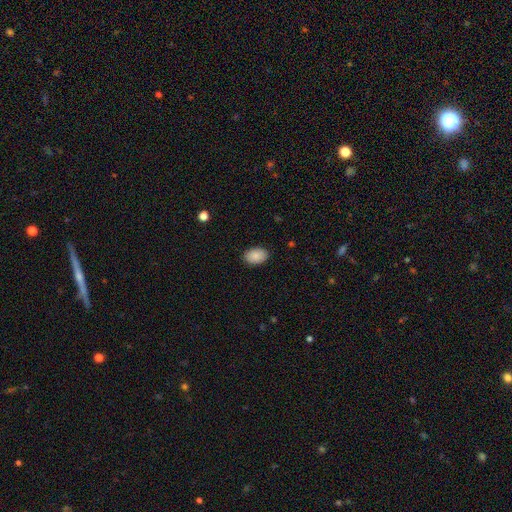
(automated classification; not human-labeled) Smooth or featured? smooth (89%)
How rounded? in between (86%)
Merging? none (89%)